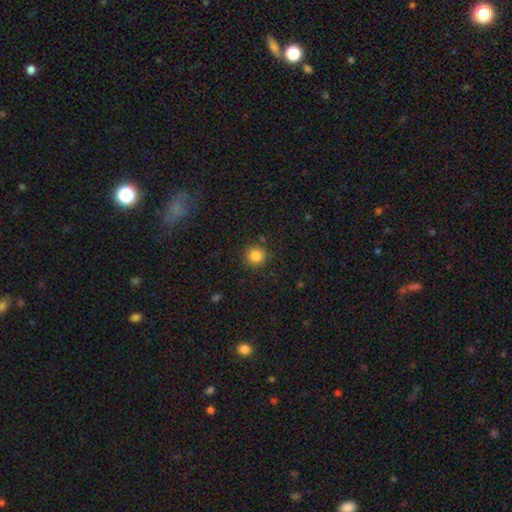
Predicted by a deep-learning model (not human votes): This appears to be a smooth galaxy with no disk features (85%) that is round (94%). Merging: none (88%).